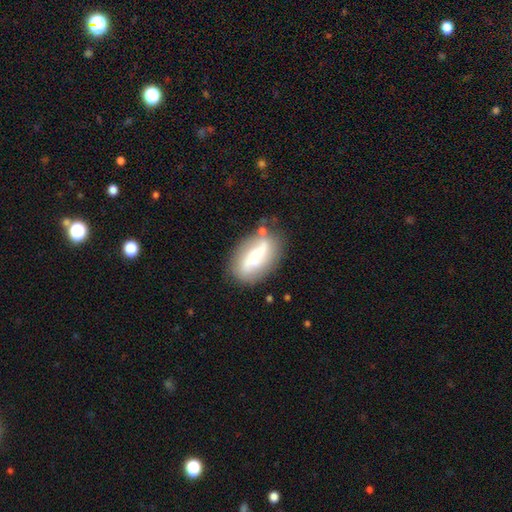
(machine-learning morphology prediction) This appears to be a featured or disk galaxy (46%). Merging: none (65%).